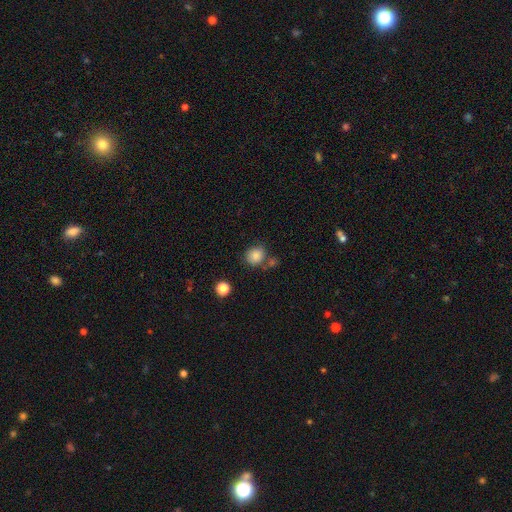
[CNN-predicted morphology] This is clearly a smooth galaxy (85%). How rounded: likely round (77%). Merging: likely none (66%).